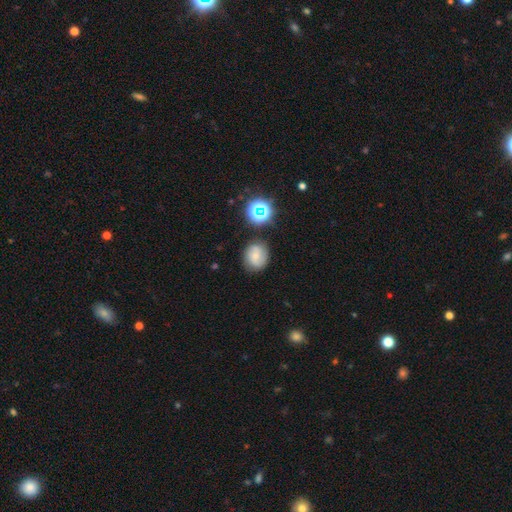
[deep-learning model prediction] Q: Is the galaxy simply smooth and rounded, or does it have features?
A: smooth — 52%.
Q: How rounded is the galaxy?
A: round — 70%.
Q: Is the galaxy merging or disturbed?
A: none — 75%.